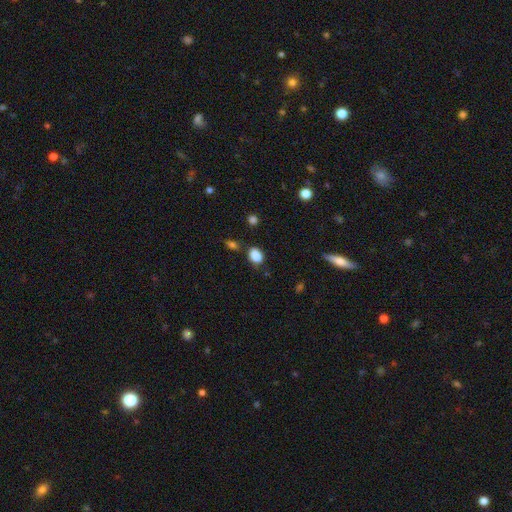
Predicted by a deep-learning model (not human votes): A smooth galaxy with no disk features (86%) that is in between round and cigar-shaped (70%).

Vote fractions:
- Smooth or featured? smooth: 86% / star or artifact: 10% / featured or disk: 4%
- How rounded? in between: 70% / round: 28% / cigar-shaped: 1%
- Merging? none: 75% / minor disturbance: 16% / merger: 6% / major disturbance: 4%